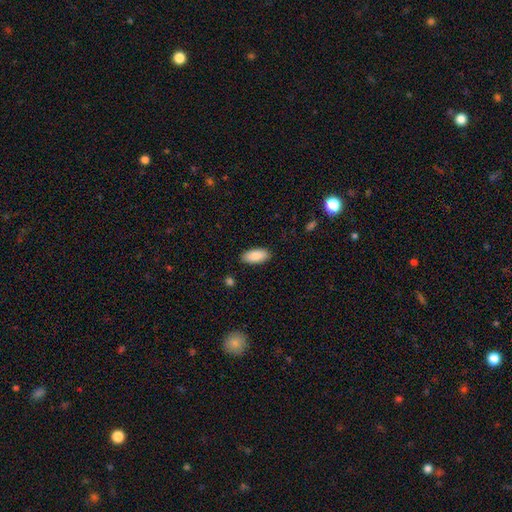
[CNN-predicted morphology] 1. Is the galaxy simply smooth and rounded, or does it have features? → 88% smooth, 6% star or artifact, 6% featured or disk.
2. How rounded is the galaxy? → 92% in between, 6% cigar-shaped, 2% round.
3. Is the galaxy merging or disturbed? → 88% none, 9% minor disturbance, 2% major disturbance, 1% merger.